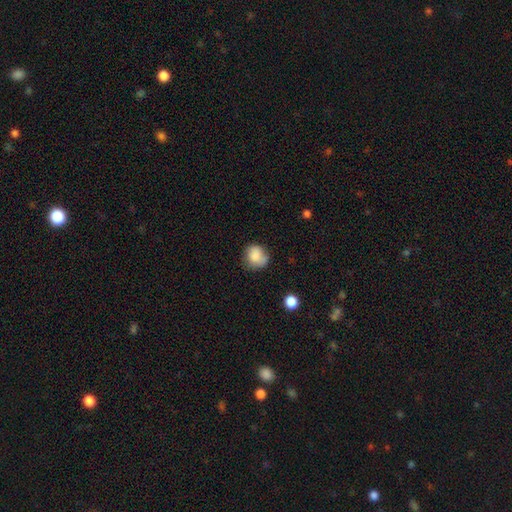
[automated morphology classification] Smooth or featured? Predicted: smooth (p=0.82). How rounded? Predicted: round (p=0.78). Merging? Predicted: none (p=0.59).